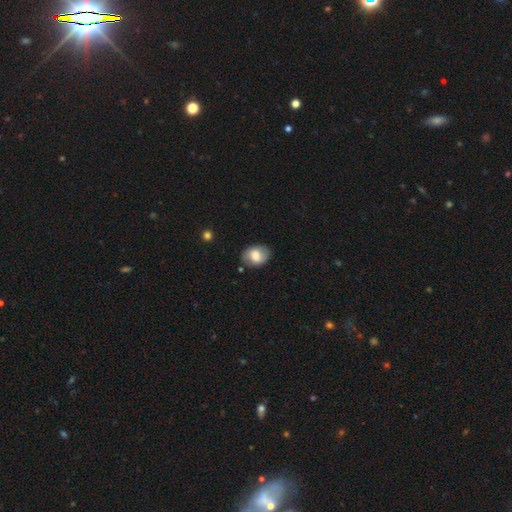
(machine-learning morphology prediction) Overall: smooth (70%). How rounded: in between (73%). Merging: none (76%).